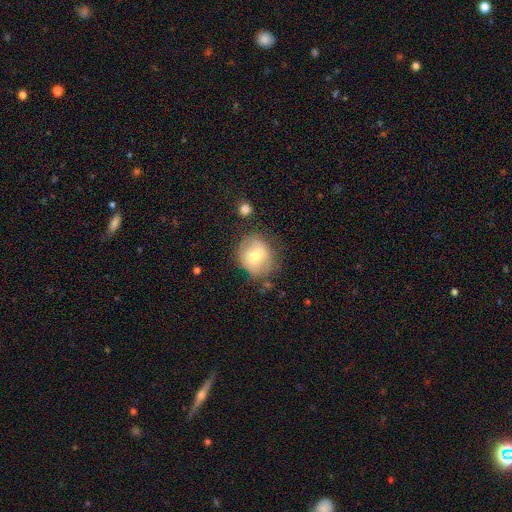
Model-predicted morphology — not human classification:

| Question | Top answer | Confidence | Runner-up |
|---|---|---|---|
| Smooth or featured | smooth | 55% | featured or disk (37%) |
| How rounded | round | 75% | in between (24%) |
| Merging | none | 65% | minor disturbance (22%) |